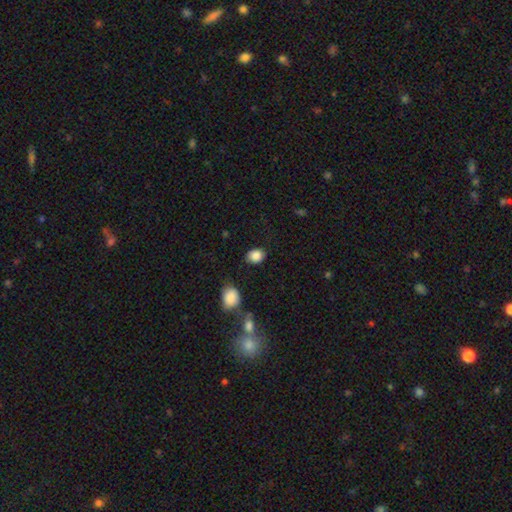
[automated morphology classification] Smooth or featured? smooth (86%)
How rounded? in between (53%)
Merging? none (75%)